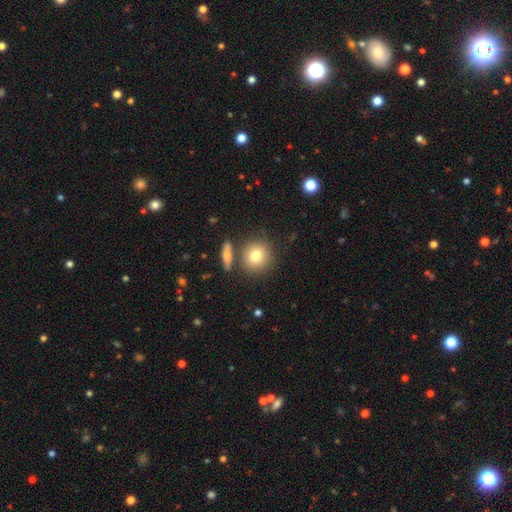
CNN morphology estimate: This appears to be a smooth galaxy with no disk features (78%) that is round (88%). Merging: none (75%).